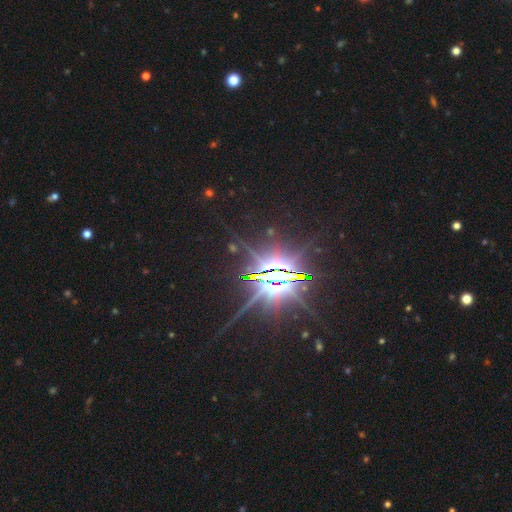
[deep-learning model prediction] star or artifact 82%, featured or disk 13%, smooth 5%.